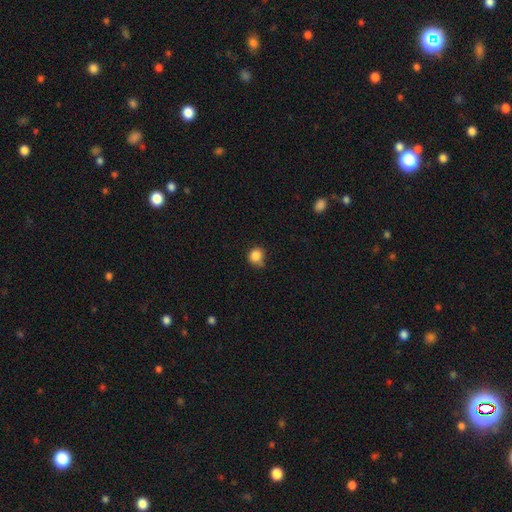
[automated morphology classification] Overall: smooth (85%). How rounded: round (79%). Merging: none (60%; minor disturbance 30%).